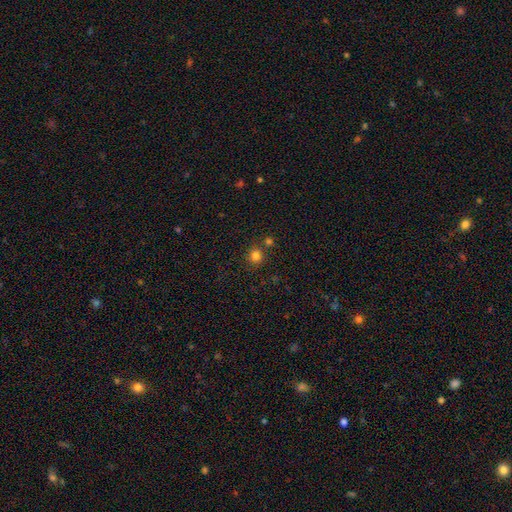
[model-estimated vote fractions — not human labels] smooth_or_featured: smooth (p=0.80) [alt: star or artifact p=0.15]
how_rounded: round (p=0.91) [alt: in between p=0.09]
merging: none (p=0.76) [alt: merger p=0.14]